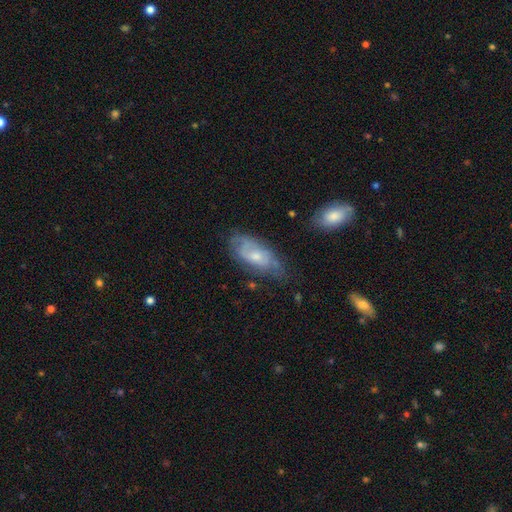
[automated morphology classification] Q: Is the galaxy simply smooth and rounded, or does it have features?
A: featured or disk — 55%.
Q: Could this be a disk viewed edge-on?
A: no — 90%.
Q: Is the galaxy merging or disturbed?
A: none — 56%.